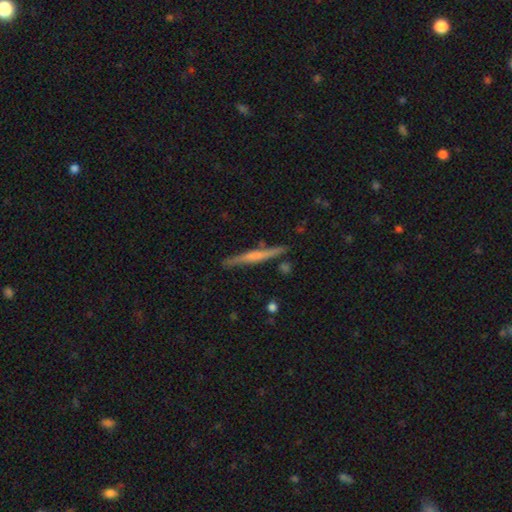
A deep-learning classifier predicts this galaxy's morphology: Q: Smooth or featured?
A: featured or disk (55%); runner-up: smooth (39%)
Q: Edge-on disk?
A: yes (97%); runner-up: no (3%)
Q: Edge-on bulge?
A: none (46%); runner-up: rounded (34%)
Q: Merging?
A: none (86%); runner-up: minor disturbance (9%)